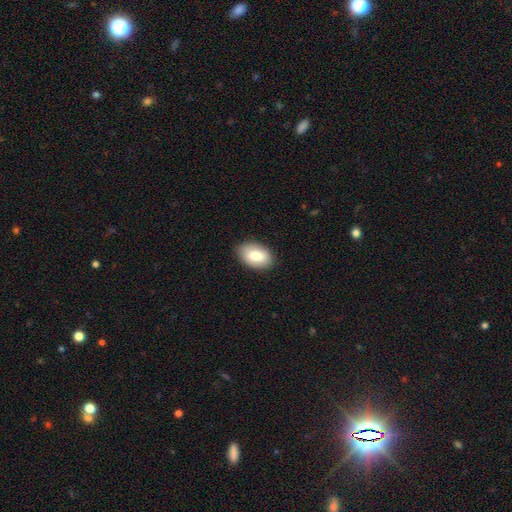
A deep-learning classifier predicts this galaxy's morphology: smooth-or-featured: smooth: 80% | featured or disk: 14% | star or artifact: 7%
  how-rounded: in between: 91% | round: 8% | cigar-shaped: 1%
  merging: none: 86% | minor disturbance: 10% | major disturbance: 2% | merger: 1%